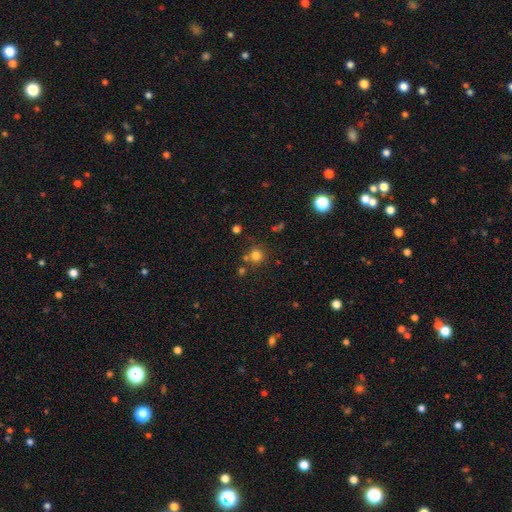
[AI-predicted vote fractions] Smooth or featured: smooth — 76% (star or artifact — 17%)
How rounded: round — 91% (in between — 8%)
Merging: none — 71% (merger — 17%)